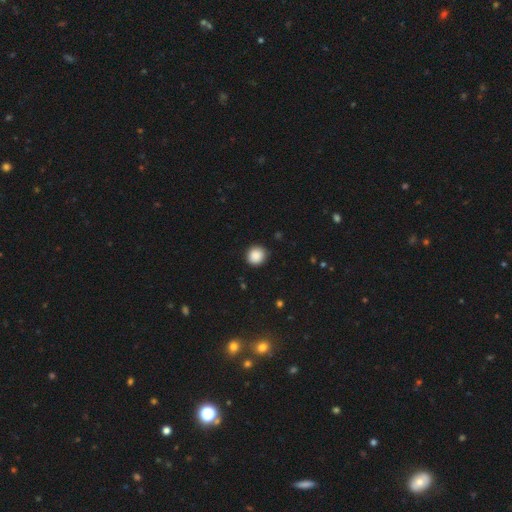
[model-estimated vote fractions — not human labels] Smooth or featured? Predicted: smooth (p=0.88). How rounded? Predicted: round (p=0.91). Merging? Predicted: none (p=0.89).